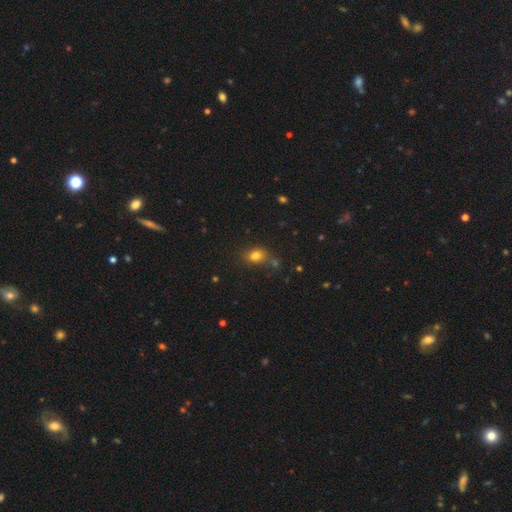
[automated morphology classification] A smooth galaxy with no disk features (78%) that is in between round and cigar-shaped (63%).

Vote fractions:
- Smooth or featured? smooth: 78% / star or artifact: 14% / featured or disk: 8%
- How rounded? in between: 63% / round: 36% / cigar-shaped: 2%
- Merging? none: 66% / minor disturbance: 16% / merger: 12% / major disturbance: 5%